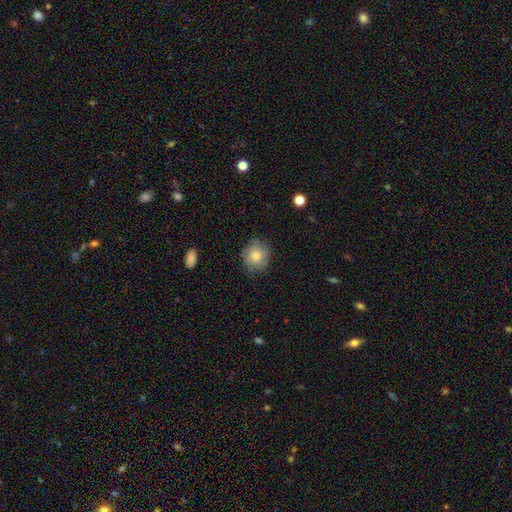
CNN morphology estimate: Smooth or featured: smooth — 66% (featured or disk — 24%)
How rounded: round — 83% (in between — 16%)
Merging: none — 80% (minor disturbance — 15%)